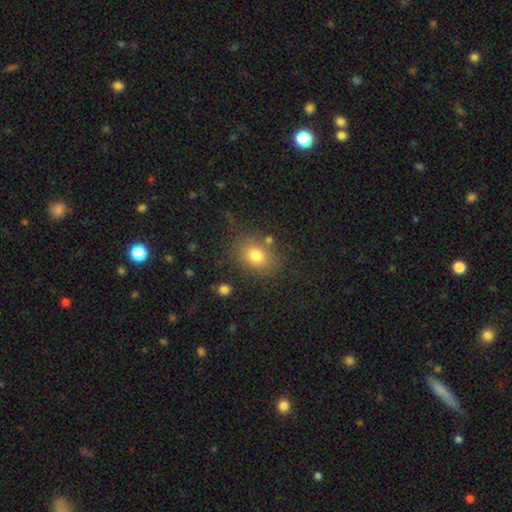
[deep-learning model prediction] A smooth galaxy with no disk features (78%) that is in between round and cigar-shaped (51%). Merging: none (77%).